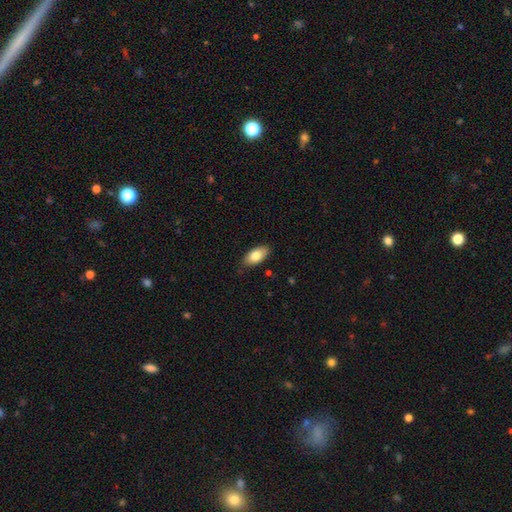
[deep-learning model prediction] smooth_or_featured: smooth (p=0.80) [alt: featured or disk p=0.13]
how_rounded: in between (p=0.92) [alt: cigar-shaped p=0.04]
merging: none (p=0.86) [alt: minor disturbance p=0.11]